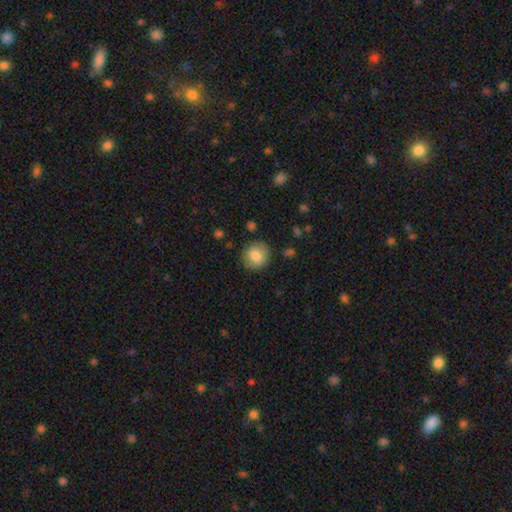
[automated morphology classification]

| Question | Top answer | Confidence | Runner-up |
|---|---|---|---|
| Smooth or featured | smooth | 83% | featured or disk (9%) |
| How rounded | round | 89% | in between (10%) |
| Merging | none | 86% | minor disturbance (10%) |